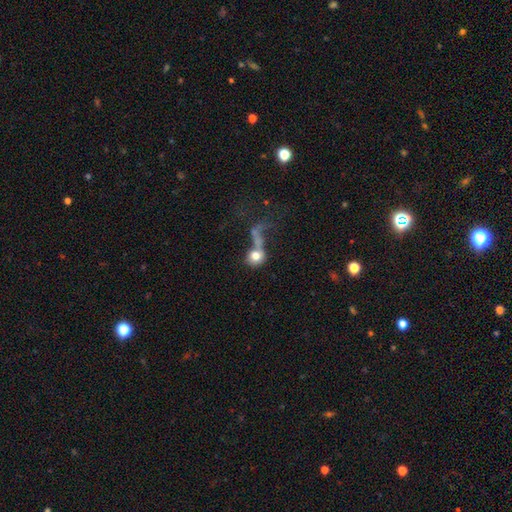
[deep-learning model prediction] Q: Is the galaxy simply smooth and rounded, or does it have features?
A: smooth — 69%.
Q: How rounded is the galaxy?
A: round — 75%.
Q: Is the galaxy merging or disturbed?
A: major disturbance — 35%.